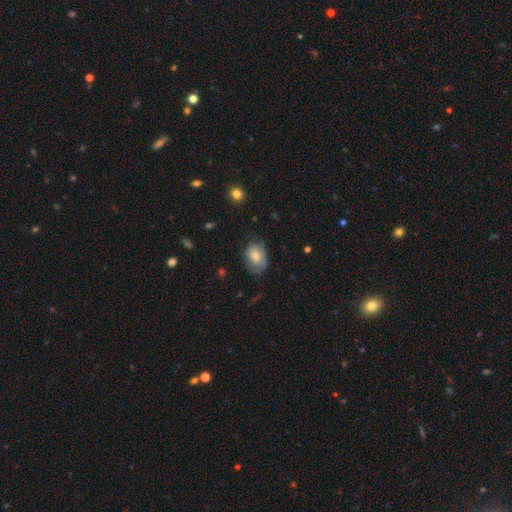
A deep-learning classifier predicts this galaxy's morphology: smooth 64%, featured or disk 28%, star or artifact 8%. Down the decision tree: how rounded — in between (76%); merging — none (56%).